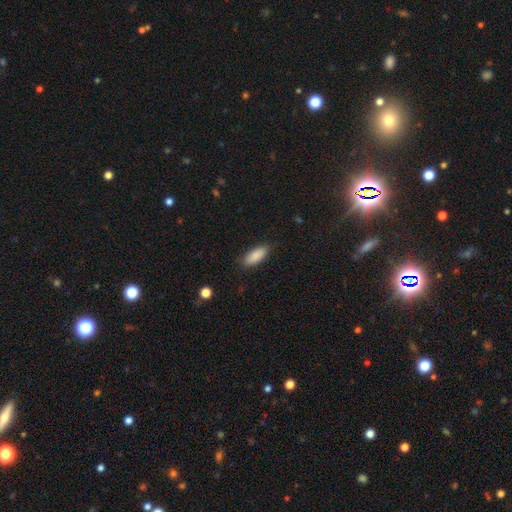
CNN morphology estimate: smooth-or-featured: smooth: 88% | star or artifact: 7% | featured or disk: 6%
  how-rounded: in between: 80% | cigar-shaped: 18% | round: 2%
  merging: none: 83% | minor disturbance: 13% | major disturbance: 3% | merger: 1%